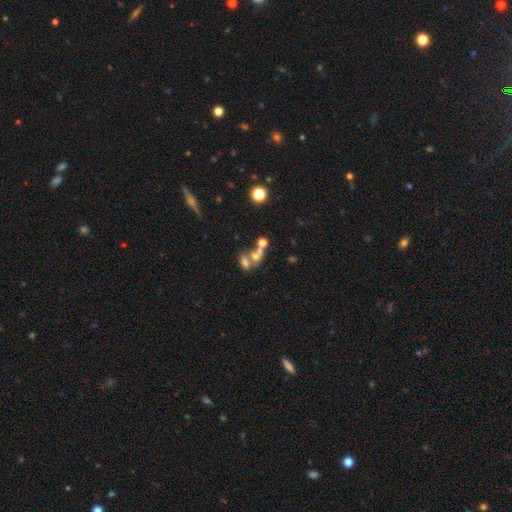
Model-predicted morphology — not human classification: A smooth galaxy with no disk features (52%) that is in between round and cigar-shaped (63%). Merging: merger (56%).